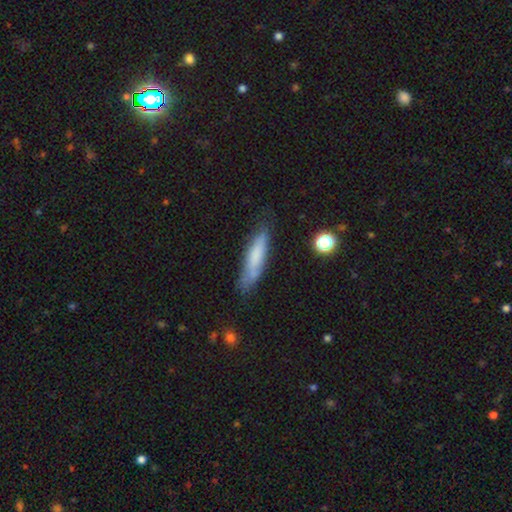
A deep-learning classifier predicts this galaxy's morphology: A smooth galaxy with no disk features (68%) that is cigar-shaped (81%).

Vote fractions:
- Smooth or featured? smooth: 68% / featured or disk: 25% / star or artifact: 7%
- How rounded? cigar-shaped: 81% / in between: 17% / round: 1%
- Merging? none: 69% / minor disturbance: 22% / major disturbance: 5% / merger: 3%